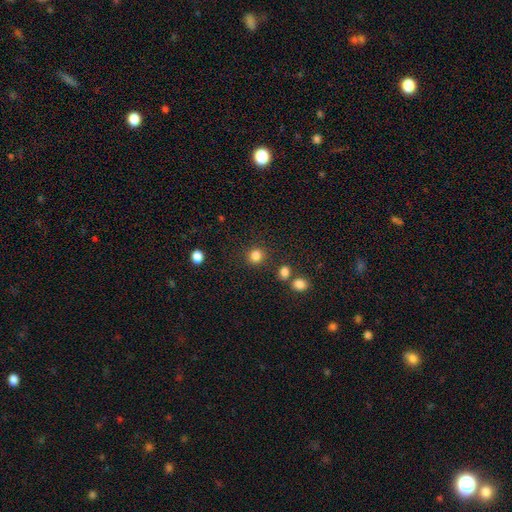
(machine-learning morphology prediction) smooth_or_featured: smooth (p=0.84) [alt: star or artifact p=0.12]
how_rounded: round (p=0.88) [alt: in between p=0.11]
merging: none (p=0.86) [alt: minor disturbance p=0.07]